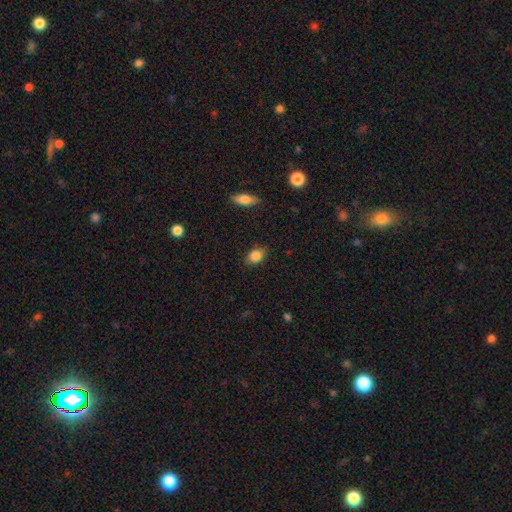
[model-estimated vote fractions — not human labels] Smooth or featured? Predicted: smooth (p=0.85). How rounded? Predicted: in between (p=0.72). Merging? Predicted: none (p=0.84).